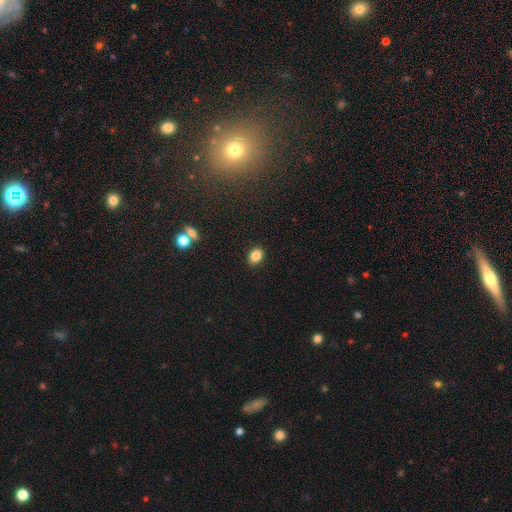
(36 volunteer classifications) A smooth galaxy with no disk features (94%) that is in between round and cigar-shaped (62%). Merging: none (86%).